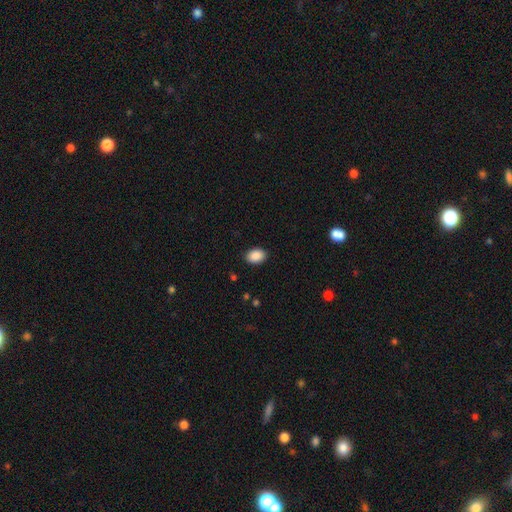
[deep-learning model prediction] The model was most divided on "how rounded": in between: 82%, round: 17%, cigar-shaped: 1%. More confident: smooth or featured — smooth (90%); merging — none (89%).